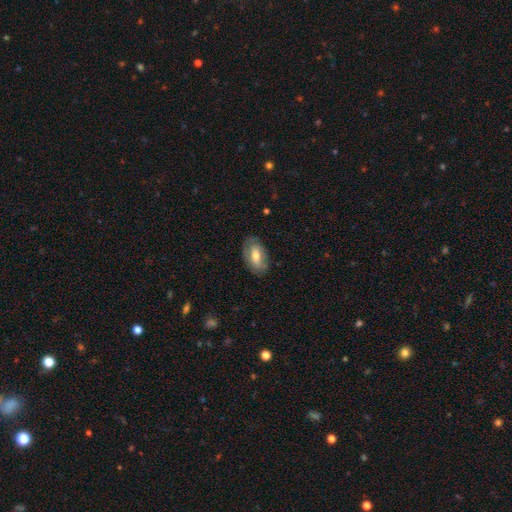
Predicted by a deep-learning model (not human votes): smooth_or_featured: smooth (p=0.54) [alt: featured or disk p=0.40]
how_rounded: in between (p=0.92) [alt: round p=0.05]
merging: none (p=0.80) [alt: minor disturbance p=0.15]